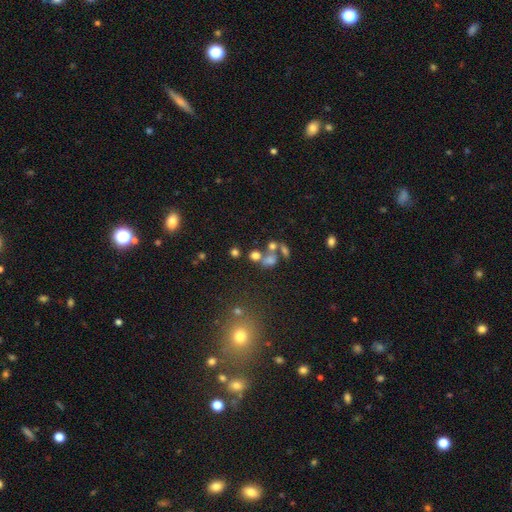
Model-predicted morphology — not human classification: Smooth or featured? Predicted: smooth (p=0.60). How rounded? Predicted: round (p=0.67). Merging? Predicted: none (p=0.44).